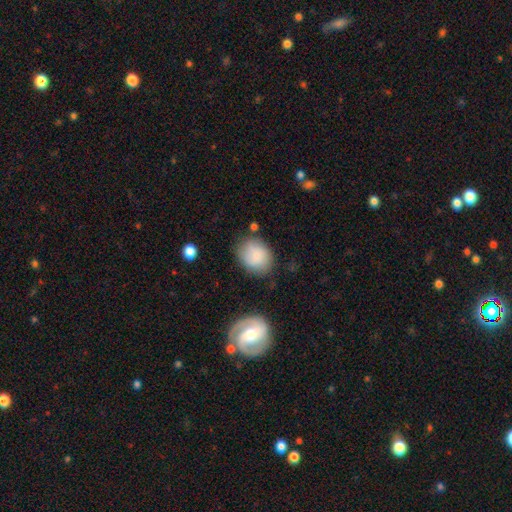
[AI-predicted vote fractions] smooth-or-featured: smooth: 84% | featured or disk: 9% | star or artifact: 7%
  how-rounded: round: 53% | in between: 46% | cigar-shaped: 1%
  merging: none: 71% | minor disturbance: 19% | major disturbance: 6% | merger: 4%